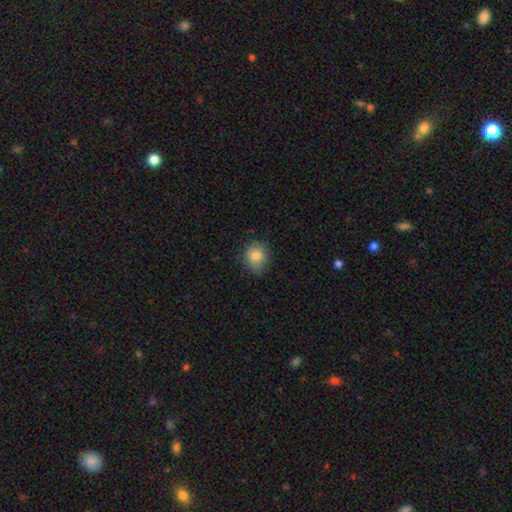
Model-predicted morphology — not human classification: Smooth or featured?
  - smooth: 82% *
  - star or artifact: 9%
  - featured or disk: 9%
How rounded?
  - round: 72% *
  - in between: 27%
  - cigar-shaped: 1%
Merging?
  - none: 79% *
  - minor disturbance: 17%
  - major disturbance: 4%
  - merger: 1%